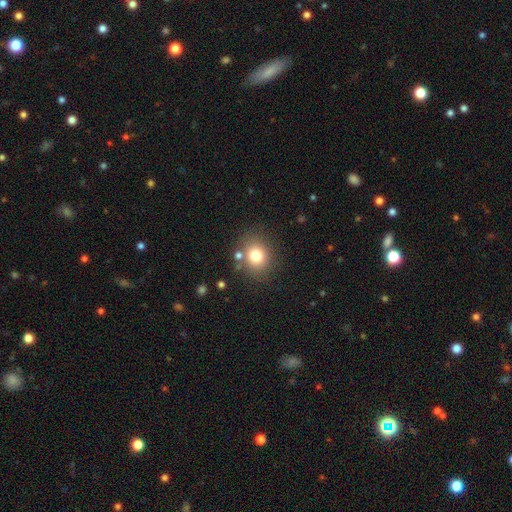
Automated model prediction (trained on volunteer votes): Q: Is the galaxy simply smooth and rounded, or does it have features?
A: smooth — 79%.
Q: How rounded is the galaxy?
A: round — 69%.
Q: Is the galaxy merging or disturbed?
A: none — 77%.